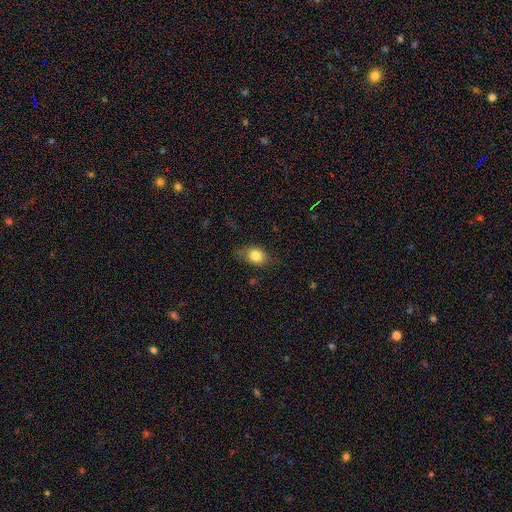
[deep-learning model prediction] Q: Smooth or featured?
A: smooth (80%); runner-up: featured or disk (12%)
Q: How rounded?
A: in between (71%); runner-up: round (27%)
Q: Merging?
A: none (72%); runner-up: minor disturbance (22%)